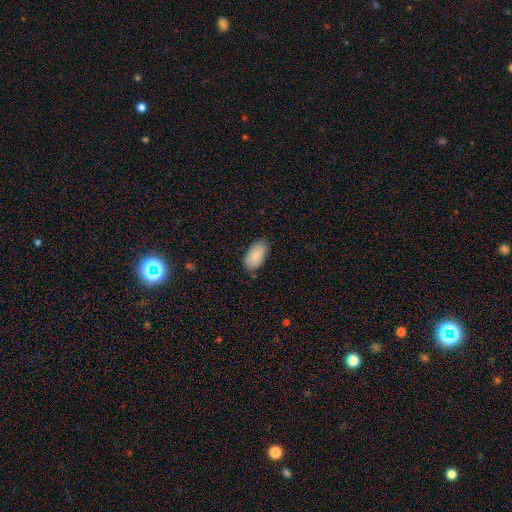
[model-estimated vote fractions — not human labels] The model was most divided on "merging": none: 82%, minor disturbance: 14%, major disturbance: 3%, merger: 1%. More confident: how rounded — in between (95%); smooth or featured — smooth (87%).